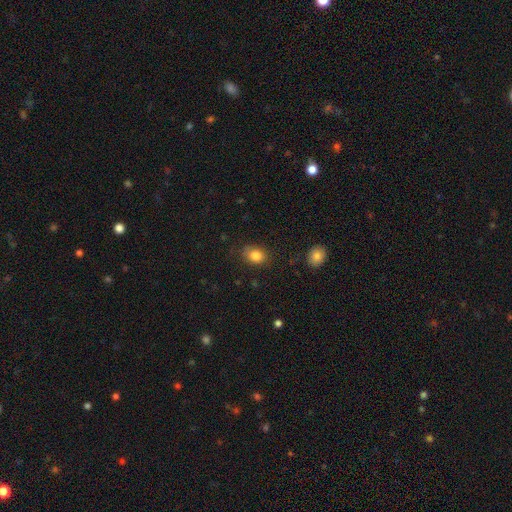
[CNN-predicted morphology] Smooth or featured: smooth — 84% (star or artifact — 10%)
How rounded: in between — 54% (round — 45%)
Merging: none — 76% (minor disturbance — 18%)